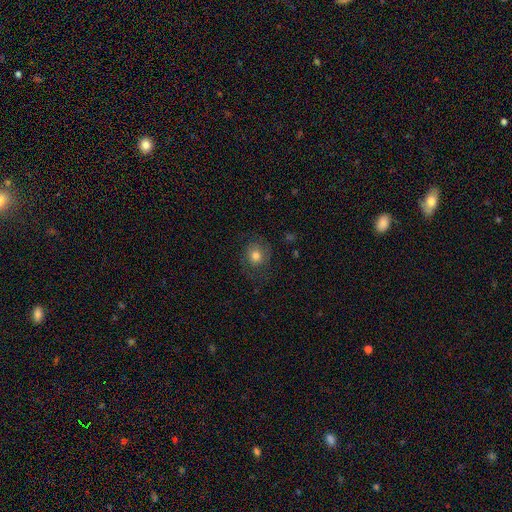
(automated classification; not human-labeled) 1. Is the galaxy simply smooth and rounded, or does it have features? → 64% smooth, 26% featured or disk, 10% star or artifact.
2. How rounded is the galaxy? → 78% round, 21% in between, 1% cigar-shaped.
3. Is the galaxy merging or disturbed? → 70% none, 17% minor disturbance, 12% major disturbance, 1% merger.